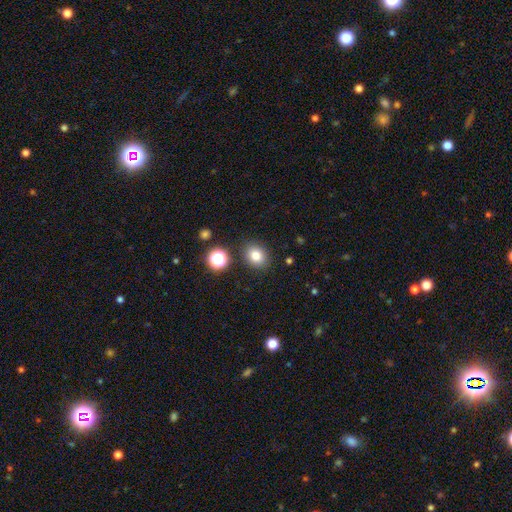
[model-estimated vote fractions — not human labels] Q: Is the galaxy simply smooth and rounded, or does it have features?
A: smooth — 80%.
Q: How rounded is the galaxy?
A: round — 58%.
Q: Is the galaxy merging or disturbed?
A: none — 85%.